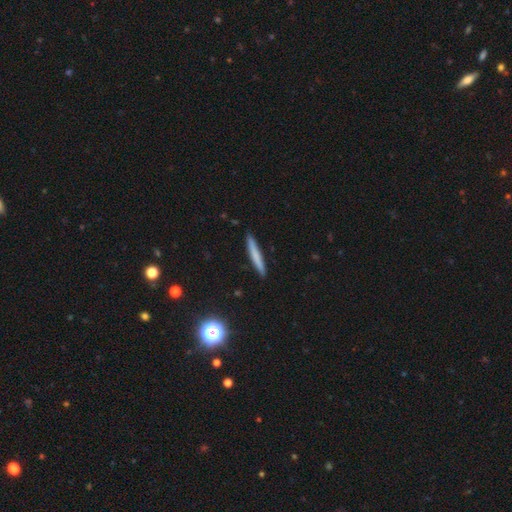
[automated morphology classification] Overall: smooth (67%). How rounded: cigar-shaped (96%). Merging: none (91%).